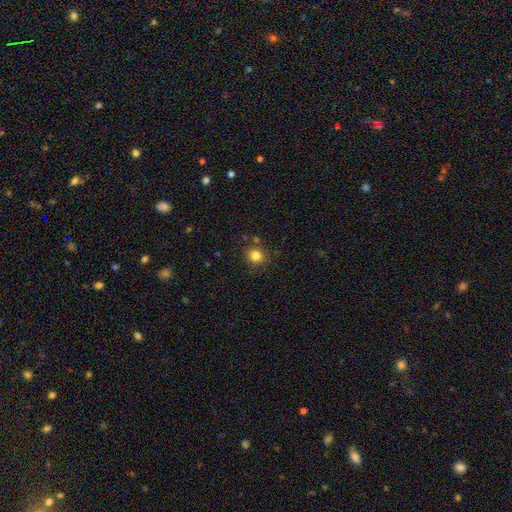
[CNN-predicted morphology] A smooth galaxy with no disk features (82%) that is round (86%).

Vote fractions:
- Smooth or featured? smooth: 82% / star or artifact: 13% / featured or disk: 5%
- How rounded? round: 86% / in between: 14% / cigar-shaped: 1%
- Merging? none: 84% / minor disturbance: 9% / merger: 4% / major disturbance: 3%